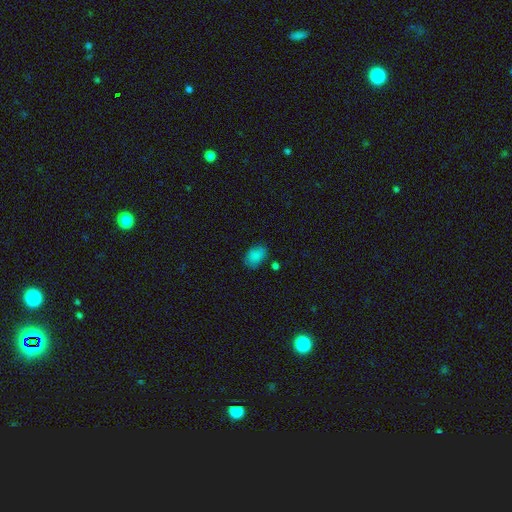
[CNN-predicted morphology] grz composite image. It shows a smooth galaxy with no disk features (84%) that is in between round and cigar-shaped (81%). Merging: none (70%).